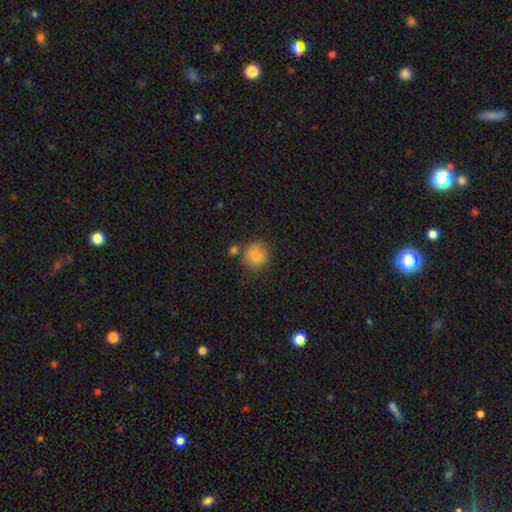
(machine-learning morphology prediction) The model was most divided on "merging": none: 69%, minor disturbance: 15%, merger: 11%, major disturbance: 5%. More confident: how rounded — round (84%); smooth or featured — smooth (82%).